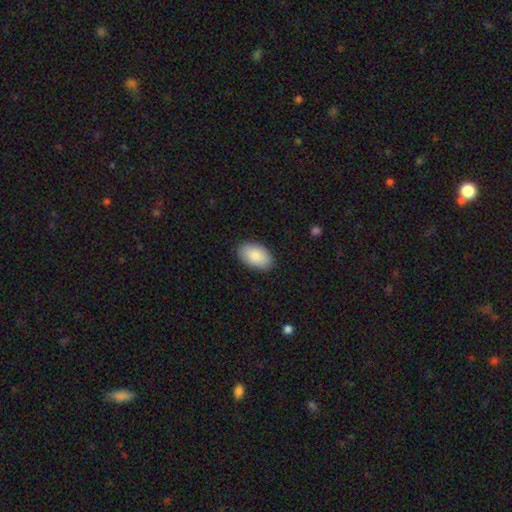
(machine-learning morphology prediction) Smooth or featured? Predicted: smooth (p=0.89). How rounded? Predicted: in between (p=0.95). Merging? Predicted: none (p=0.88).